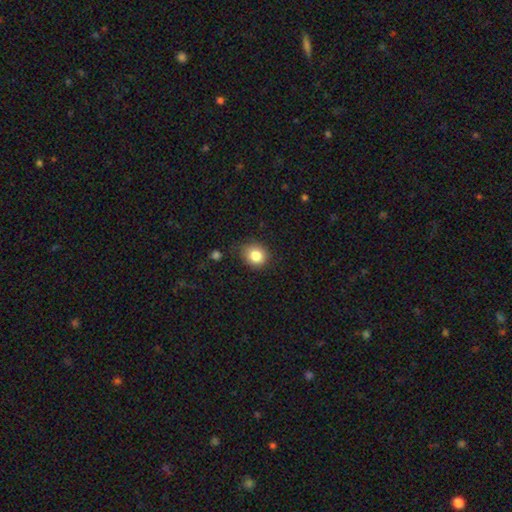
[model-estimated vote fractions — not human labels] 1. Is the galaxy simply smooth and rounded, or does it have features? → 84% smooth, 10% star or artifact, 6% featured or disk.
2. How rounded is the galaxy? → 74% round, 25% in between, 1% cigar-shaped.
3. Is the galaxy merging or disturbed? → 75% none, 19% minor disturbance, 4% major disturbance, 2% merger.